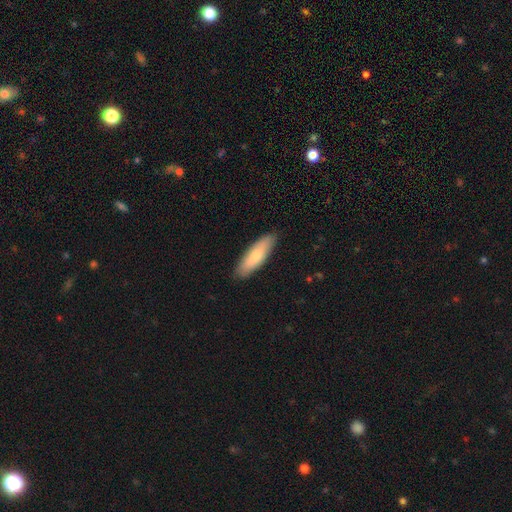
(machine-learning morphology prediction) This is likely a smooth galaxy (76%). How rounded: possibly cigar-shaped (53%). Merging: clearly none (88%).